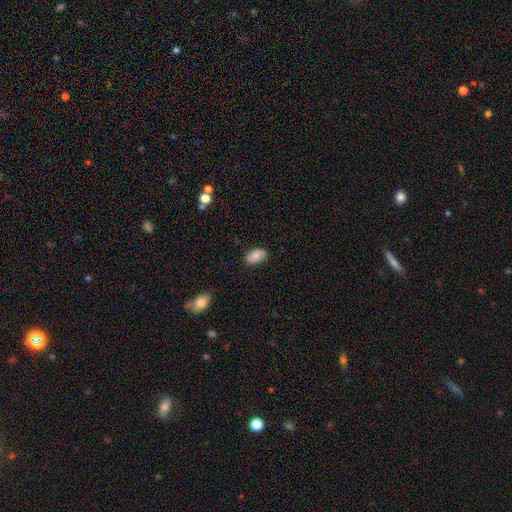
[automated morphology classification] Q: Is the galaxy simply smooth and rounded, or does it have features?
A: smooth — 79%.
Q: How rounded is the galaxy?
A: in between — 93%.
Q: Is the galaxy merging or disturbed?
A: none — 84%.